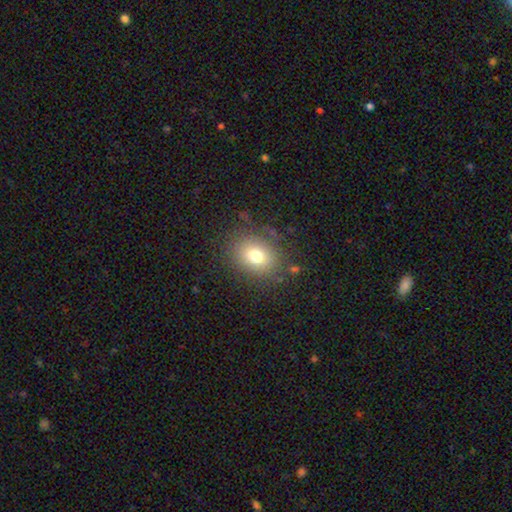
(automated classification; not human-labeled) Smooth or featured?
  - smooth: 73% *
  - featured or disk: 13%
  - star or artifact: 13%
How rounded?
  - round: 51% *
  - in between: 48%
  - cigar-shaped: 1%
Merging?
  - none: 81% *
  - minor disturbance: 12%
  - major disturbance: 6%
  - merger: 2%